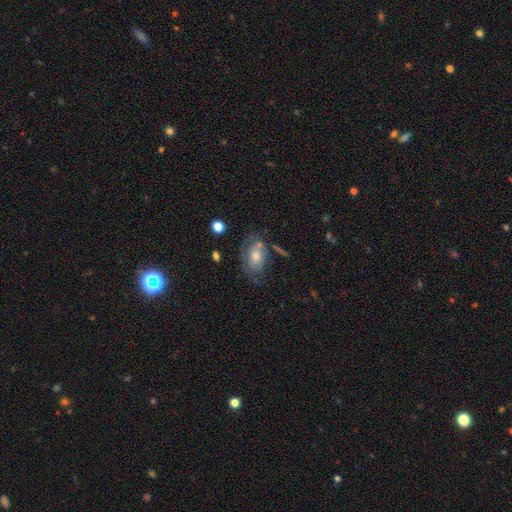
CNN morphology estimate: A featured or disk galaxy (47%). Merging: none (56%).